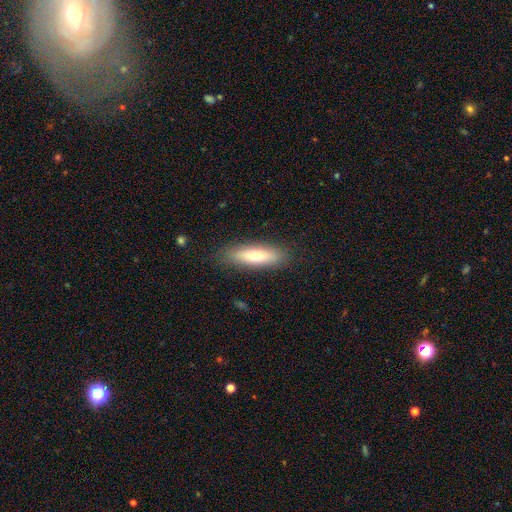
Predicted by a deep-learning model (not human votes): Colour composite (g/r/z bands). It shows a smooth galaxy with no disk features (65%) that is cigar-shaped (61%). Merging: none (87%).